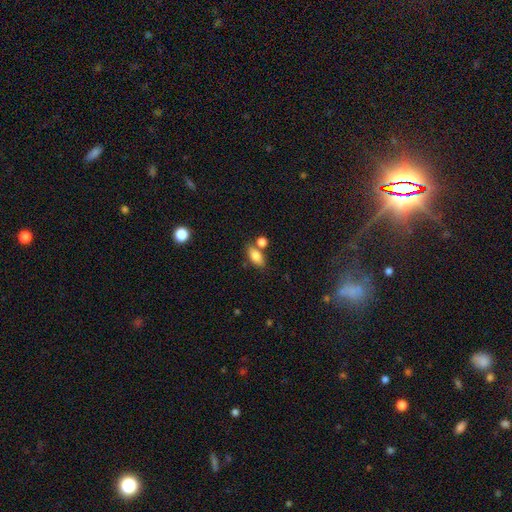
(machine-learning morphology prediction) A smooth galaxy with no disk features (80%) that is in between round and cigar-shaped (86%). Merging: none (64%).